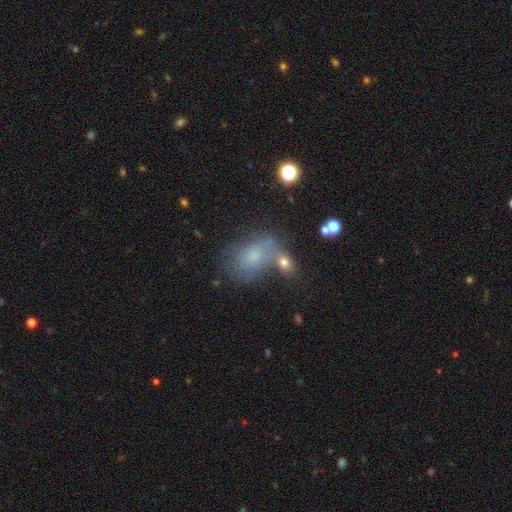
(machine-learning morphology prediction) A smooth galaxy with no disk features (60%) that is in between round and cigar-shaped (73%).

Vote fractions:
- Smooth or featured? smooth: 60% / featured or disk: 22% / star or artifact: 18%
- How rounded? in between: 73% / round: 25% / cigar-shaped: 2%
- Merging? none: 41% / merger: 26% / minor disturbance: 20% / major disturbance: 13%